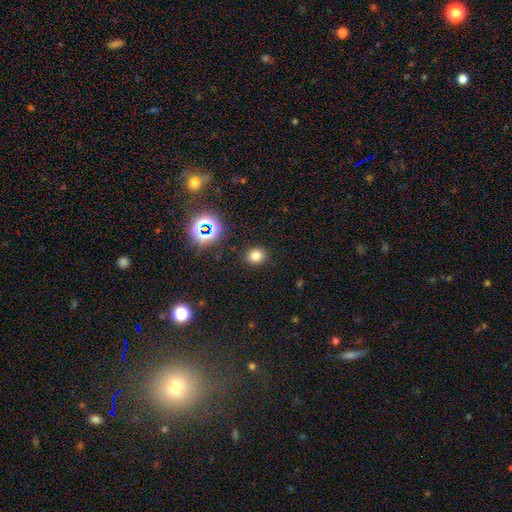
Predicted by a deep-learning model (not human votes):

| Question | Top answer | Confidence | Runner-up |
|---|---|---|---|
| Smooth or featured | smooth | 75% | star or artifact (18%) |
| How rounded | round | 68% | in between (31%) |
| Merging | none | 89% | minor disturbance (7%) |